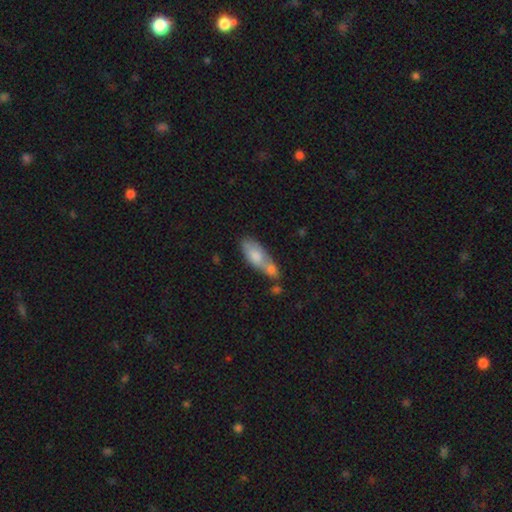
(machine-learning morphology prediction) A smooth galaxy with no disk features (74%) that is in between round and cigar-shaped (76%). Merging: merger (47%).